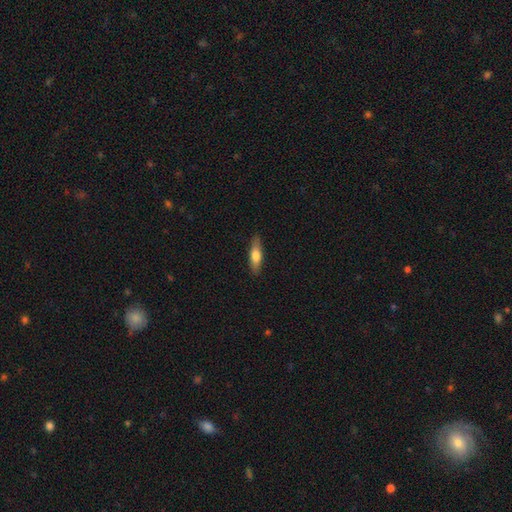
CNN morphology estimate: Smooth or featured: smooth — 66% (featured or disk — 28%)
How rounded: cigar-shaped — 61% (in between — 37%)
Merging: none — 88% (minor disturbance — 9%)